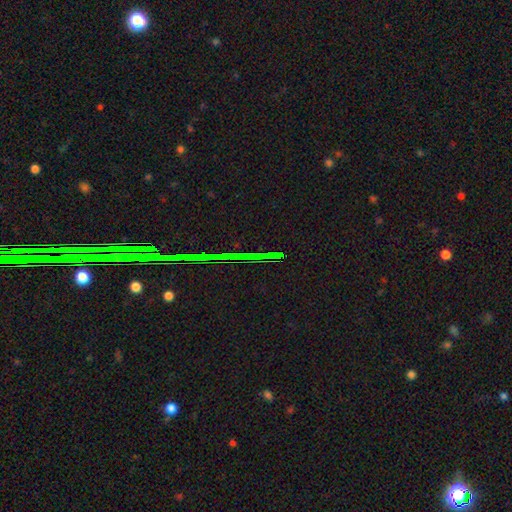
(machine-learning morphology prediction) Smooth or featured: star or artifact — 84% (featured or disk — 8%)